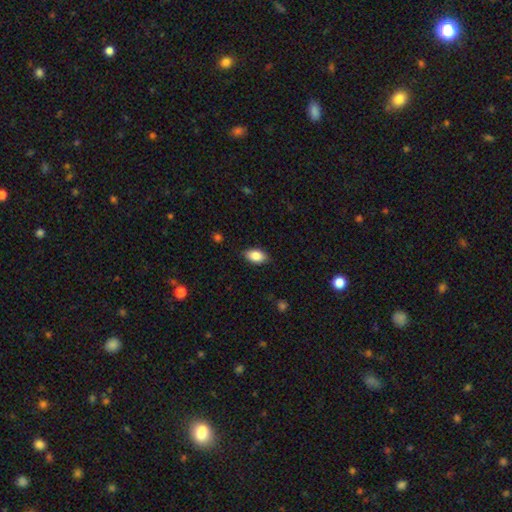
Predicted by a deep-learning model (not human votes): Morphology: type=smooth (86%); roundness=in between (91%); merging=none (85%).